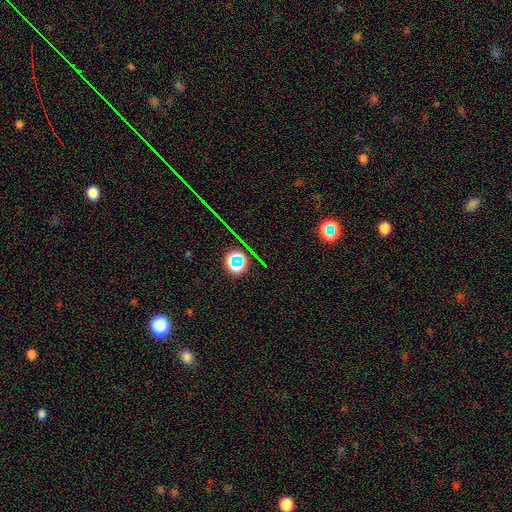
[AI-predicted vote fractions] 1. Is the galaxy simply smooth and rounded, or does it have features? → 75% star or artifact, 16% smooth, 9% featured or disk.